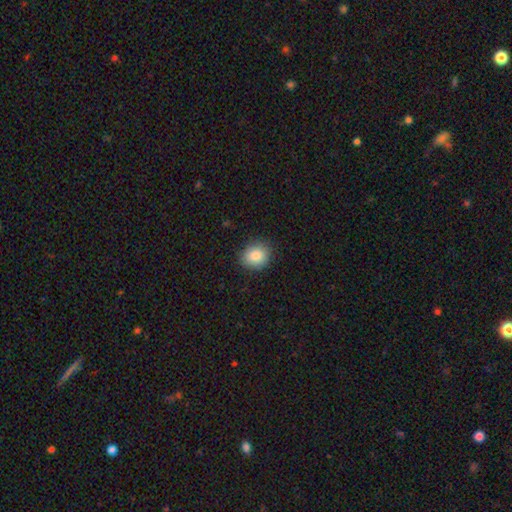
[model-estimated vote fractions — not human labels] The model was most divided on "how rounded": round: 64%, in between: 35%, cigar-shaped: 1%. More confident: smooth or featured — smooth (86%); merging — none (86%).